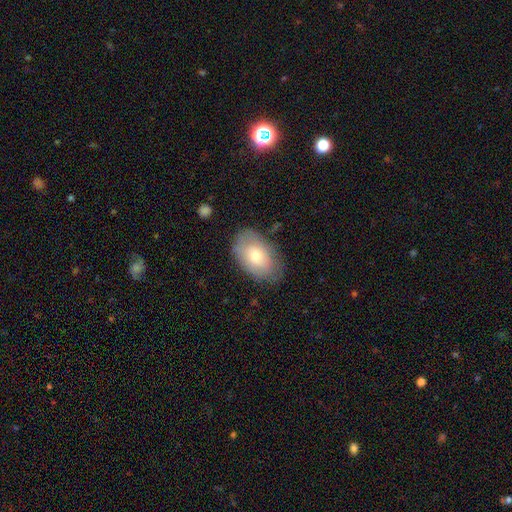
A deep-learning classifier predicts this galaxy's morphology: smooth-or-featured: smooth: 69% | featured or disk: 24% | star or artifact: 7%
  how-rounded: in between: 91% | round: 8% | cigar-shaped: 1%
  merging: none: 76% | minor disturbance: 19% | major disturbance: 4% | merger: 1%